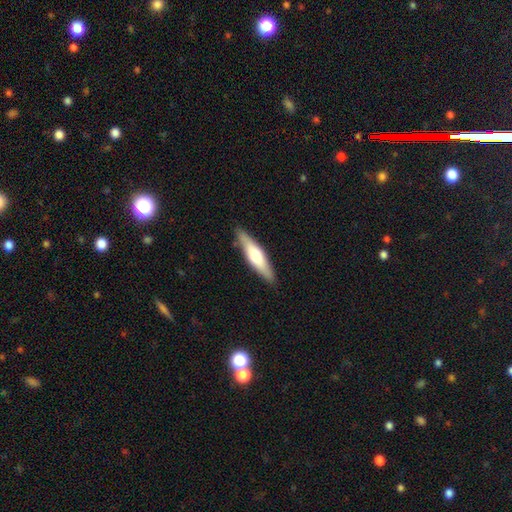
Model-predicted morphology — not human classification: A smooth galaxy with no disk features (52%) that is cigar-shaped (76%).

Vote fractions:
- Smooth or featured? smooth: 52% / featured or disk: 43% / star or artifact: 5%
- How rounded? cigar-shaped: 76% / in between: 23% / round: 2%
- Merging? none: 87% / minor disturbance: 10% / major disturbance: 2% / merger: 1%